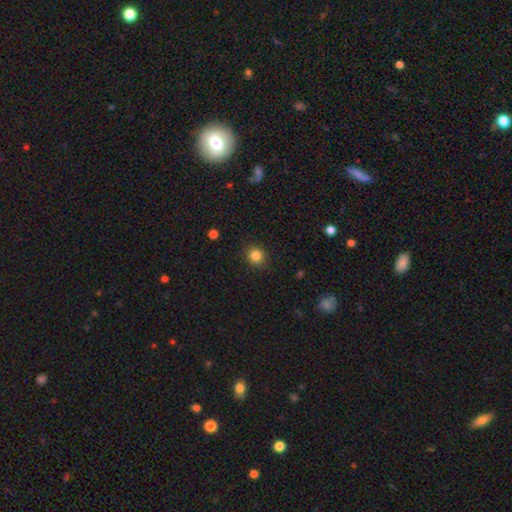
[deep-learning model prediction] Smooth or featured? smooth (84%)
How rounded? round (85%)
Merging? none (90%)